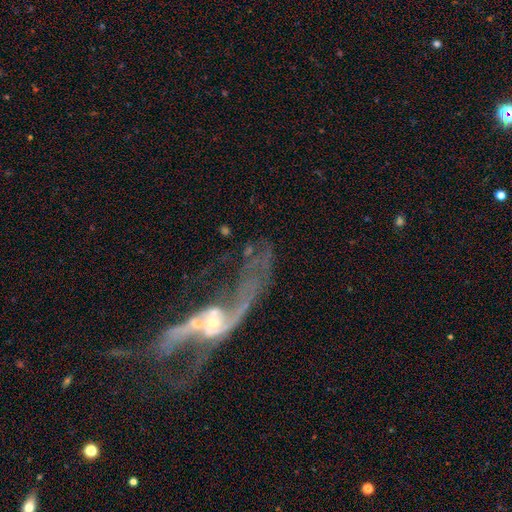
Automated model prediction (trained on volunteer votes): Q: Smooth or featured?
A: featured or disk (81%); runner-up: smooth (10%)
Q: Edge-on disk?
A: no (92%); runner-up: yes (8%)
Q: Bar?
A: no (51%); runner-up: weak (33%)
Q: Spiral arms?
A: yes (78%); runner-up: no (22%)
Q: Spiral winding?
A: loose (80%); runner-up: medium (15%)
Q: Spiral arm count?
A: 2 (73%); runner-up: 1 (10%)
Q: Bulge size?
A: small (52%); runner-up: moderate (34%)
Q: Merging?
A: merger (42%); runner-up: major disturbance (28%)